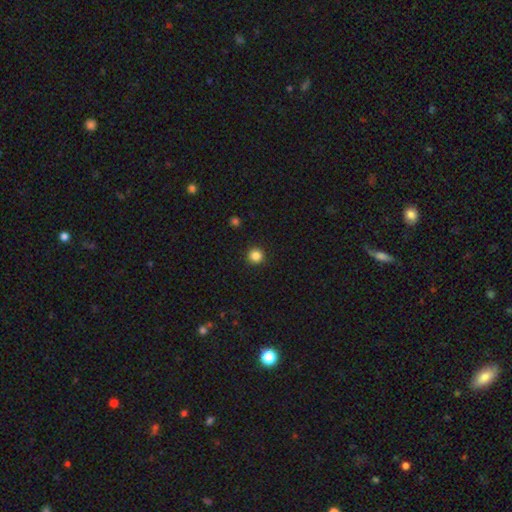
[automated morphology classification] This is clearly a smooth galaxy (85%). How rounded: clearly round (96%). Merging: clearly none (93%).